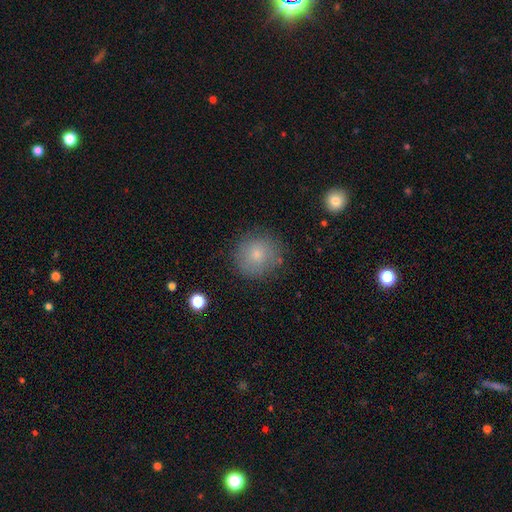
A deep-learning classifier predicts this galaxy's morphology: smooth 77%, featured or disk 13%, star or artifact 10%. Down the decision tree: how rounded — round (90%); merging — none (81%).